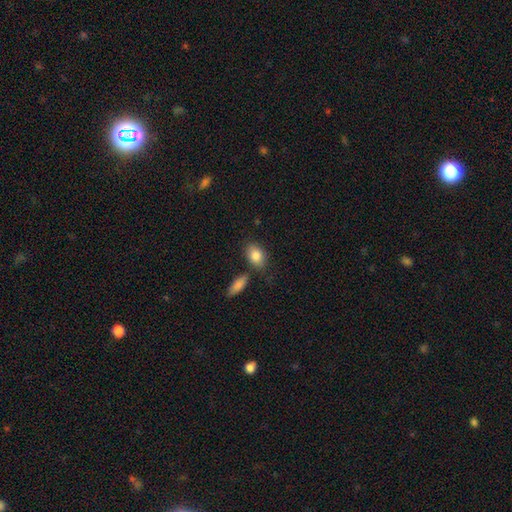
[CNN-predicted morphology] Overall: smooth (85%). How rounded: in between (81%). Merging: none (72%).